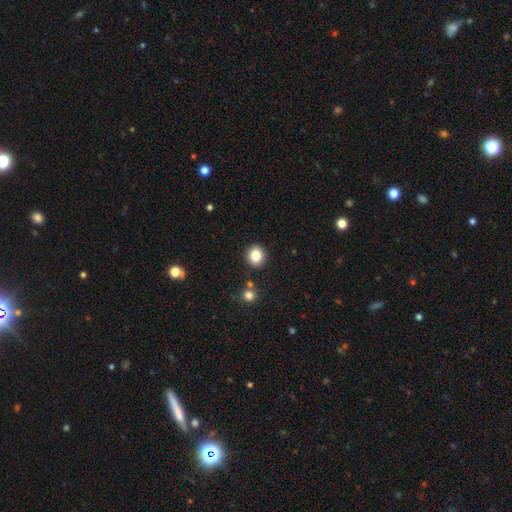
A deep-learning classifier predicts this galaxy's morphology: Q: Smooth or featured?
A: smooth (82%); runner-up: star or artifact (11%)
Q: How rounded?
A: round (85%); runner-up: in between (14%)
Q: Merging?
A: none (89%); runner-up: minor disturbance (6%)